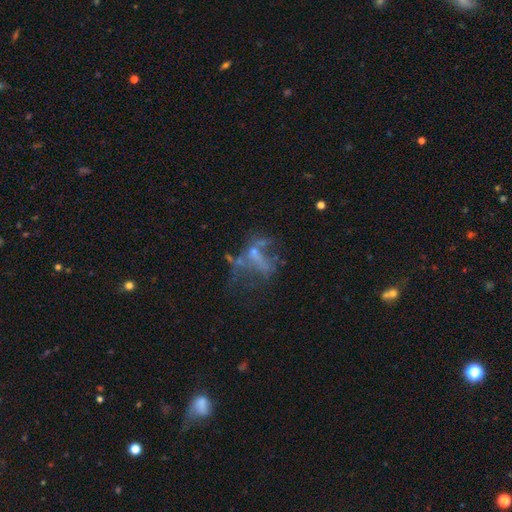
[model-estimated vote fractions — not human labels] smooth_or_featured: featured or disk (p=0.51) [alt: smooth p=0.24]
disk_edge_on: no (p=0.96) [alt: yes p=0.04]
merging: major disturbance (p=0.40) [alt: none p=0.31]